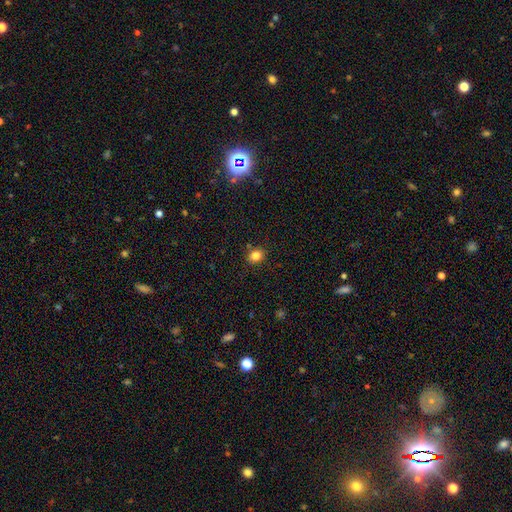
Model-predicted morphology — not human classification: Overall: smooth (82%). How rounded: round (54%; in between 46%). Merging: none (84%).